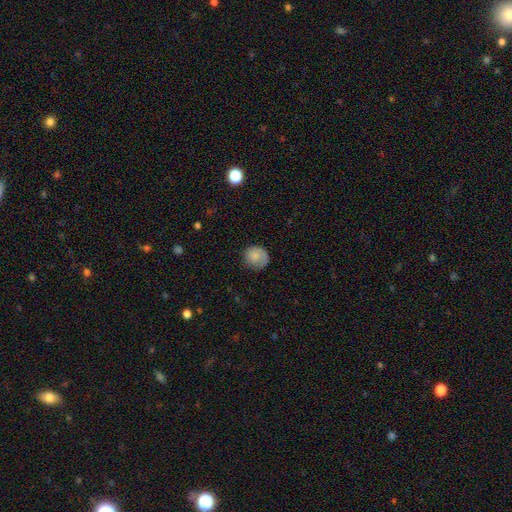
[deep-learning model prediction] Smooth or featured? Predicted: smooth (p=0.78). How rounded? Predicted: round (p=0.84). Merging? Predicted: none (p=0.68).